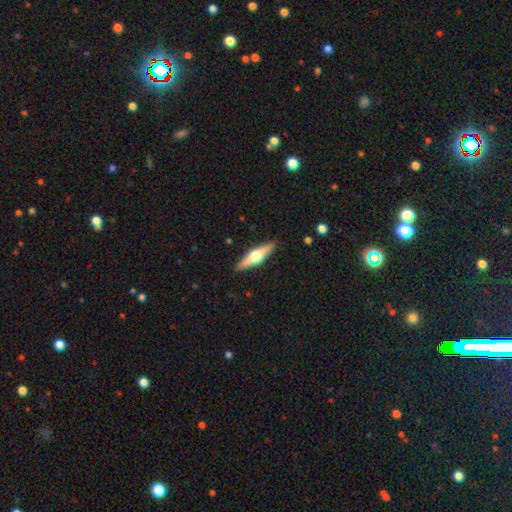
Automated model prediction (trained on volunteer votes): Q: Smooth or featured?
A: featured or disk (65%); runner-up: smooth (29%)
Q: Edge-on disk?
A: yes (97%); runner-up: no (3%)
Q: Edge-on bulge?
A: rounded (95%); runner-up: boxy (3%)
Q: Merging?
A: none (91%); runner-up: minor disturbance (7%)